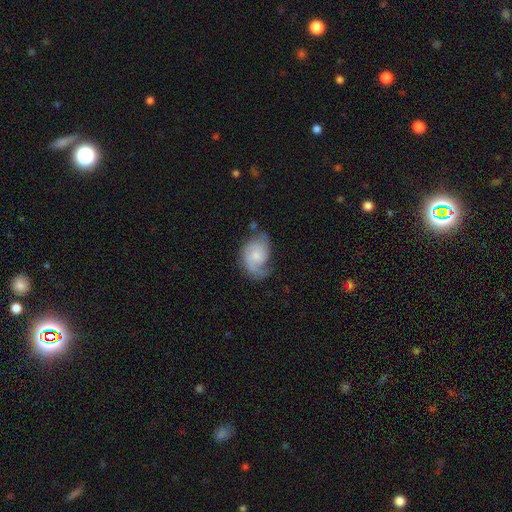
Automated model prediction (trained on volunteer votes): Morphology: type=featured or disk (67%); edge-on=no (97%); bar=no (68%); spiral arms=yes (91%); winding=medium (43%); arm count=2 (48%); bulge=small (44%); merging=none (50%).